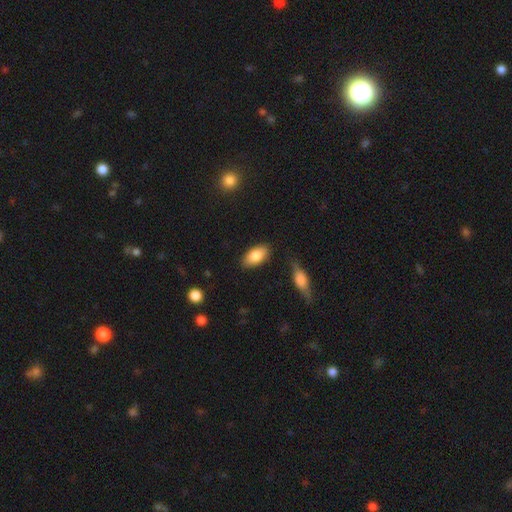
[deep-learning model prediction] Q: Smooth or featured?
A: smooth (82%); runner-up: featured or disk (11%)
Q: How rounded?
A: in between (92%); runner-up: cigar-shaped (5%)
Q: Merging?
A: none (84%); runner-up: minor disturbance (11%)